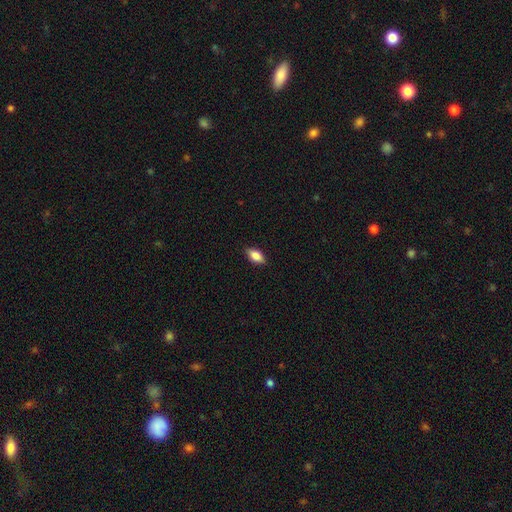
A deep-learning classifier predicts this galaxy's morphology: Smooth or featured? Predicted: smooth (p=0.82). How rounded? Predicted: in between (p=0.87). Merging? Predicted: none (p=0.86).